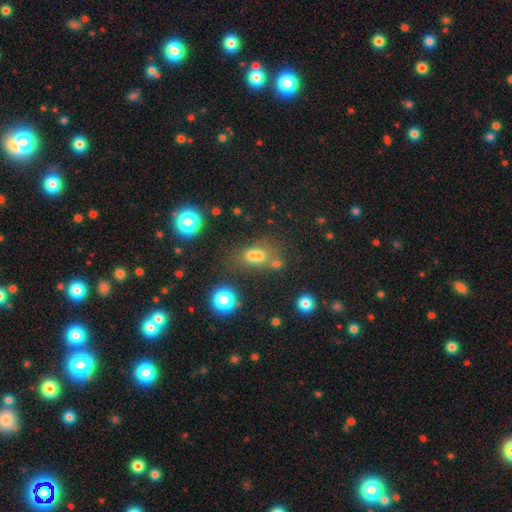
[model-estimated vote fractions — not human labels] Smooth or featured?
  - smooth: 61% *
  - star or artifact: 24%
  - featured or disk: 15%
How rounded?
  - in between: 51% *
  - round: 45%
  - cigar-shaped: 4%
Merging?
  - merger: 41% *
  - none: 37%
  - minor disturbance: 12%
  - major disturbance: 9%